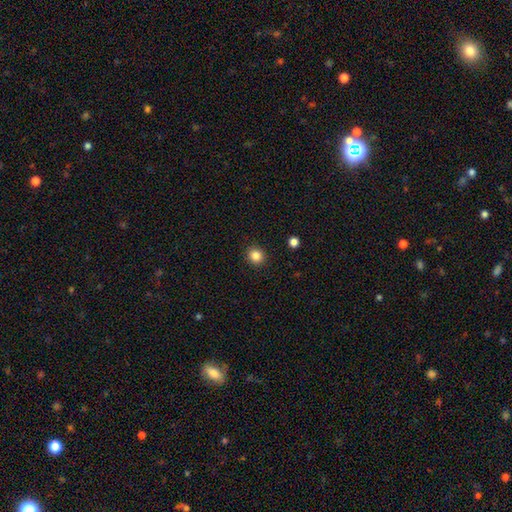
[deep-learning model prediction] smooth_or_featured: smooth (p=0.85) [alt: star or artifact p=0.11]
how_rounded: round (p=0.88) [alt: in between p=0.11]
merging: none (p=0.92) [alt: minor disturbance p=0.05]